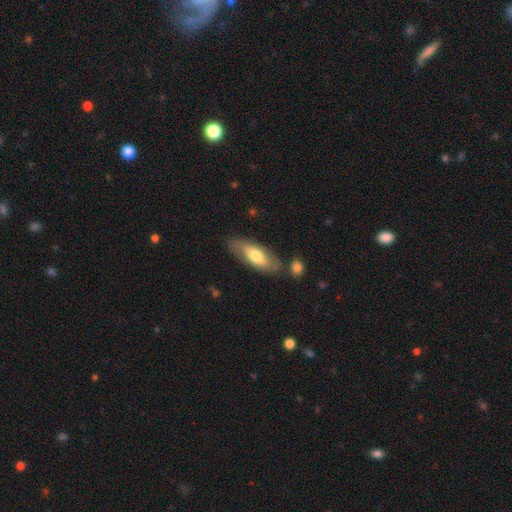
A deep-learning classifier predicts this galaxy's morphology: smooth-or-featured: smooth: 59% | featured or disk: 36% | star or artifact: 5%
  how-rounded: in between: 73% | cigar-shaped: 24% | round: 2%
  merging: none: 75% | minor disturbance: 15% | merger: 6% | major disturbance: 4%